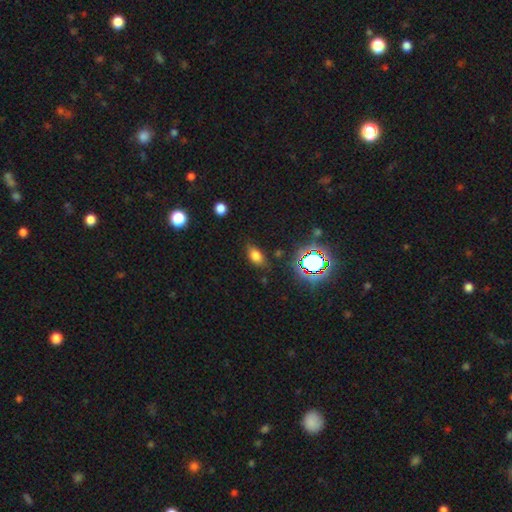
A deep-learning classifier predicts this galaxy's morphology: Smooth or featured?
  - smooth: 73% *
  - star or artifact: 18%
  - featured or disk: 9%
How rounded?
  - in between: 86% *
  - round: 9%
  - cigar-shaped: 5%
Merging?
  - none: 77% *
  - minor disturbance: 16%
  - major disturbance: 4%
  - merger: 2%